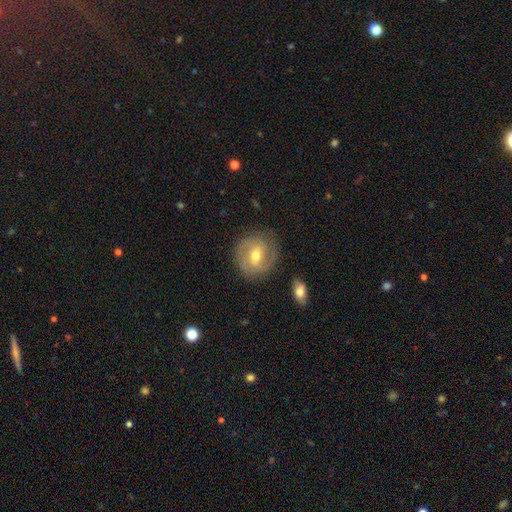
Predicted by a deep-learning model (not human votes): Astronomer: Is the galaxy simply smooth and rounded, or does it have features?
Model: featured or disk — 66%.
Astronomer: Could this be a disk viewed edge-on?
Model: no — 96%.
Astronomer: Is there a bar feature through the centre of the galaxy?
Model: weak — 53%.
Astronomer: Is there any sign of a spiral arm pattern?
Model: yes — 84%.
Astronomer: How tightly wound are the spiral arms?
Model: tight — 50% (runner-up: medium, 37%).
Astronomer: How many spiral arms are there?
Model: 2 — 58%.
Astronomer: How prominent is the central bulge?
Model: moderate — 72%.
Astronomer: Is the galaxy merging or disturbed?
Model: none — 76%.